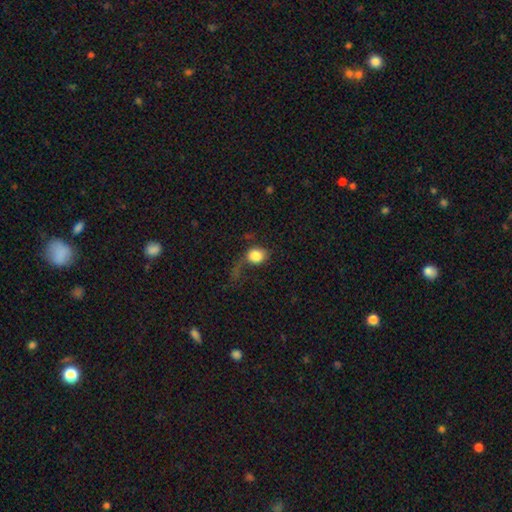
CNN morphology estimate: This appears to be a smooth galaxy with no disk features (81%) that is round (60%). Merging: none (38%).